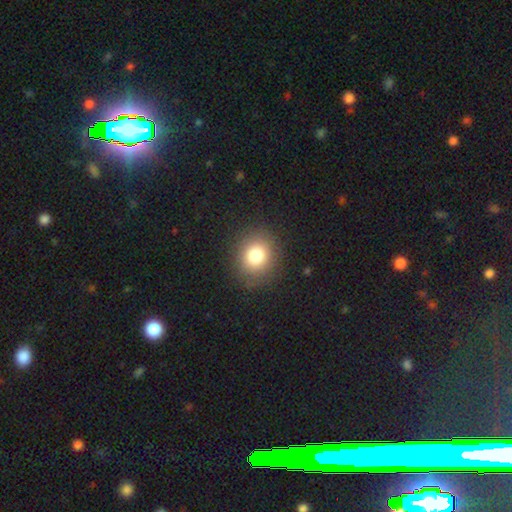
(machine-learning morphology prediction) A smooth galaxy with no disk features (79%) that is round (77%).

Vote fractions:
- Smooth or featured? smooth: 79% / star or artifact: 12% / featured or disk: 9%
- How rounded? round: 77% / in between: 22% / cigar-shaped: 1%
- Merging? none: 87% / minor disturbance: 8% / major disturbance: 4% / merger: 1%